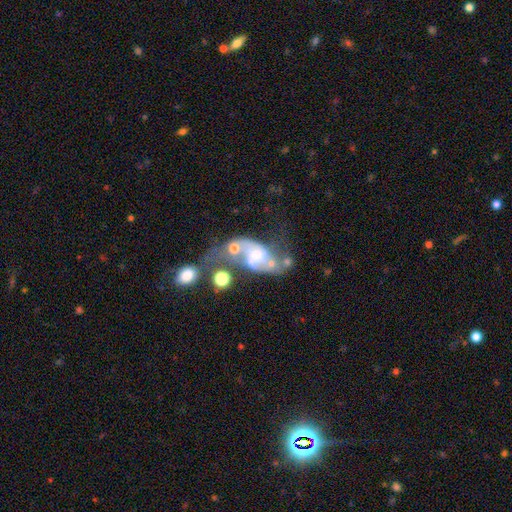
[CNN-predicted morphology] The model was most divided on "bulge size": moderate: 31%, small: 30%, none: 28%, large: 9%, dominant: 2%. Remaining: edge-on disk — no (96%); smooth or featured — featured or disk (70%); spiral arms — yes (70%); bar — no (60%); merging — merger (38%).